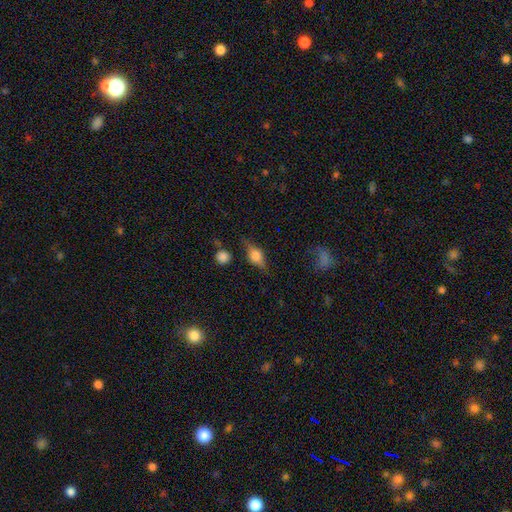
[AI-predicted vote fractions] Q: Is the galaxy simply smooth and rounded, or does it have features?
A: featured or disk — 53%.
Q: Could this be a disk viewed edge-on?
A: yes — 90%.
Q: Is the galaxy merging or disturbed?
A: none — 73%.